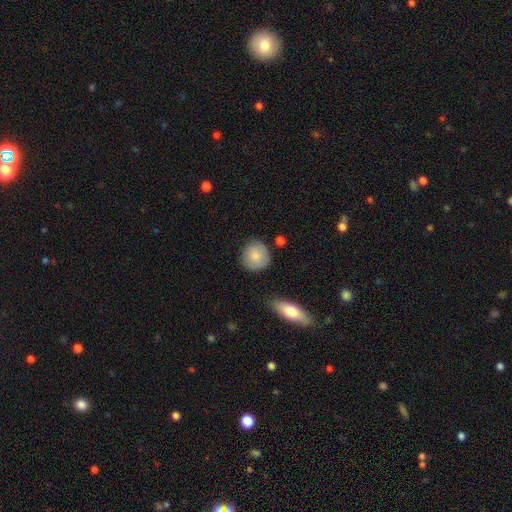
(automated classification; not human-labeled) Overall: smooth (85%). How rounded: round (91%). Merging: none (81%).